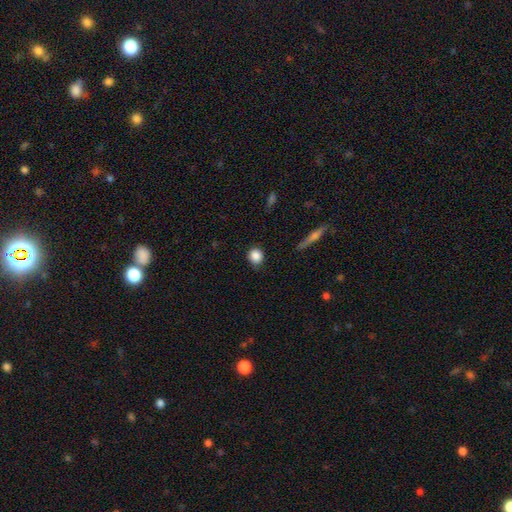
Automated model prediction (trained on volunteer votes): Morphology: type=smooth (86%); roundness=round (81%); merging=none (85%).